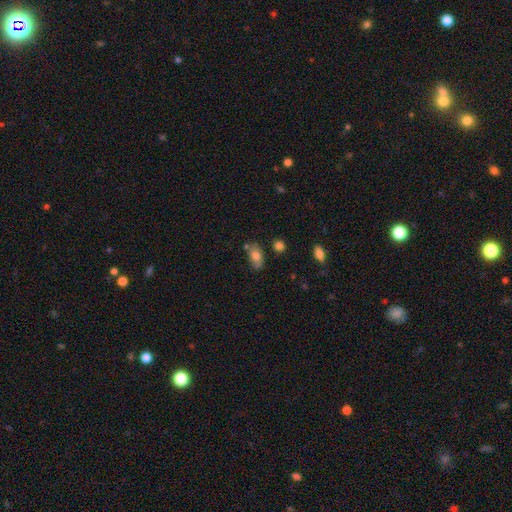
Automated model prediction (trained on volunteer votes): Smooth or featured: smooth — 77% (featured or disk — 14%)
How rounded: in between — 88% (round — 8%)
Merging: none — 64% (minor disturbance — 23%)